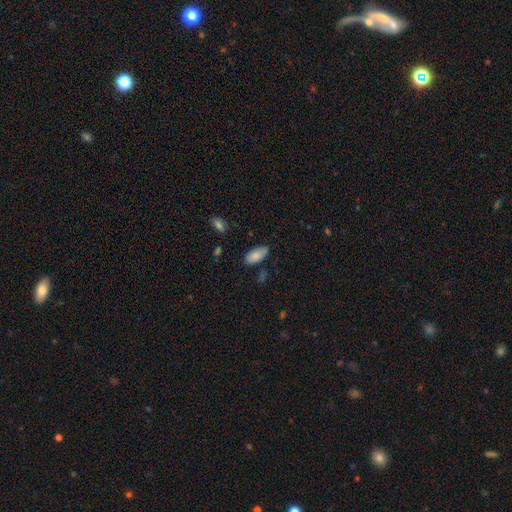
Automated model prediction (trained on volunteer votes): Overall: smooth (83%). How rounded: in between (92%). Merging: none (80%).